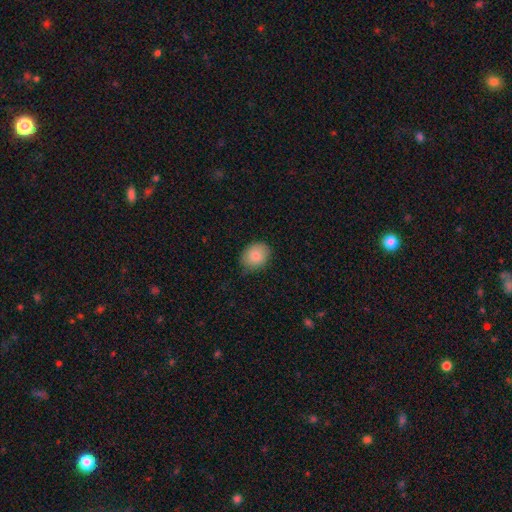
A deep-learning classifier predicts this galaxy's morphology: Smooth or featured? Predicted: smooth (p=0.86). How rounded? Predicted: in between (p=0.58). Merging? Predicted: none (p=0.81).